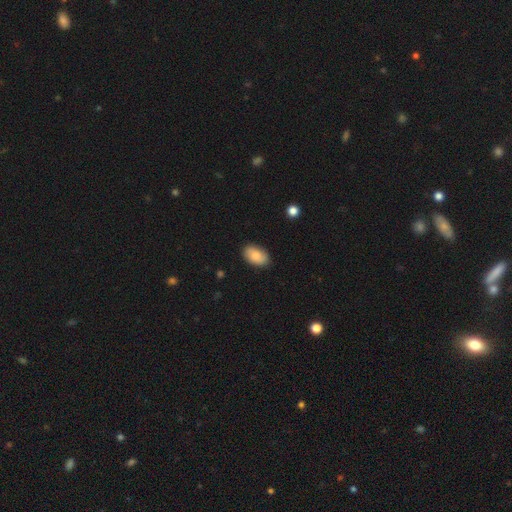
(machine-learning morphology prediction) Smooth or featured?
  - smooth: 84% *
  - featured or disk: 10%
  - star or artifact: 6%
How rounded?
  - in between: 92% *
  - round: 7%
  - cigar-shaped: 1%
Merging?
  - none: 85% *
  - minor disturbance: 11%
  - major disturbance: 2%
  - merger: 1%